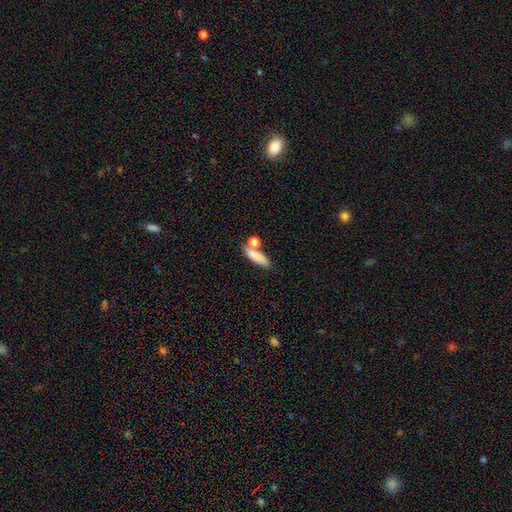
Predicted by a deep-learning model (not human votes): This appears to be a smooth galaxy with no disk features (78%) that is in between round and cigar-shaped (49%). Merging: none (53%).